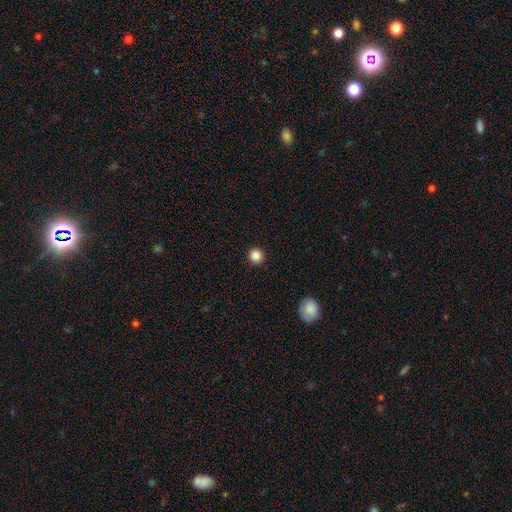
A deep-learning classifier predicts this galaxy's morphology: smooth_or_featured: smooth (p=0.86) [alt: star or artifact p=0.11]
how_rounded: round (p=0.96) [alt: in between p=0.03]
merging: none (p=0.93) [alt: minor disturbance p=0.04]